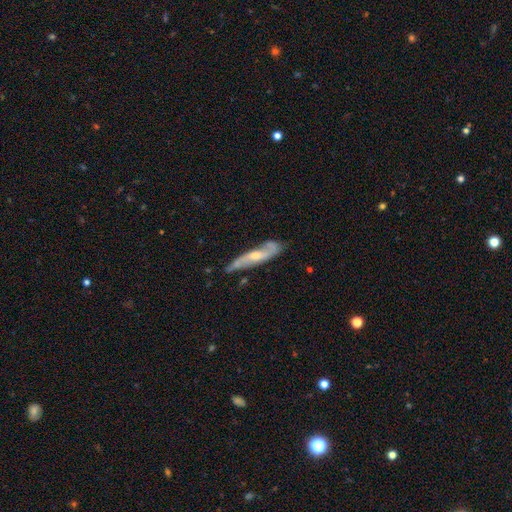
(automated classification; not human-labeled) A featured or disk galaxy (69%).

Vote fractions:
- Smooth or featured? featured or disk: 69% / smooth: 25% / star or artifact: 6%
- Edge-on disk? no: 56% / yes: 44%
- Merging? none: 68% / minor disturbance: 23% / major disturbance: 6% / merger: 3%